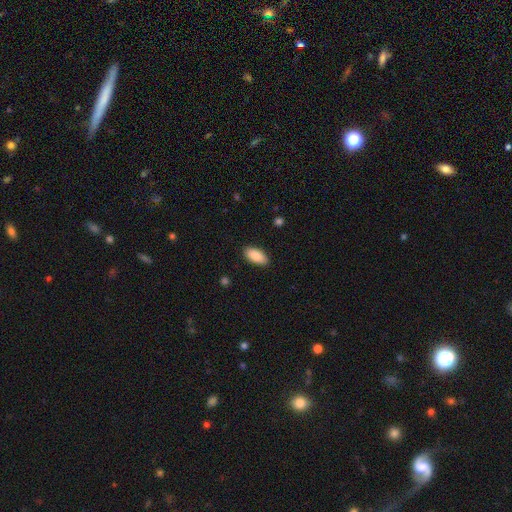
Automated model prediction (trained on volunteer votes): Smooth or featured?
  - smooth: 89% *
  - star or artifact: 6%
  - featured or disk: 5%
How rounded?
  - in between: 91% *
  - cigar-shaped: 7%
  - round: 2%
Merging?
  - none: 89% *
  - minor disturbance: 8%
  - major disturbance: 2%
  - merger: 1%